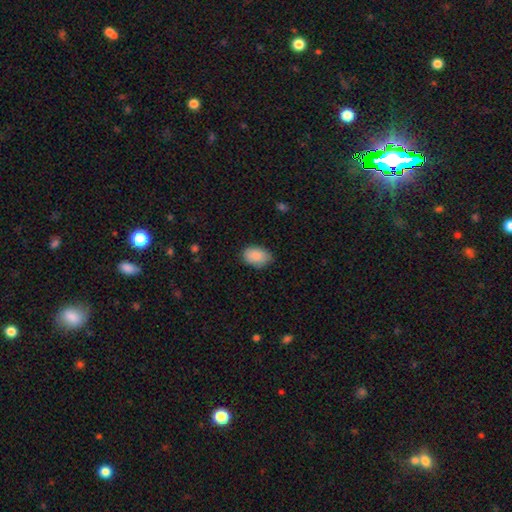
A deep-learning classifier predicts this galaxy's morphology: type=smooth (89%); roundness=in between (87%); merging=none (78%).